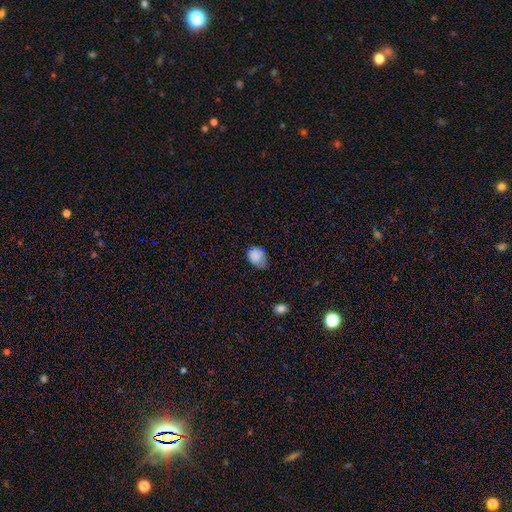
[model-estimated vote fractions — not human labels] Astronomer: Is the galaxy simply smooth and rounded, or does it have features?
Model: smooth — 83%.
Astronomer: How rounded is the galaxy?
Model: in between — 64%.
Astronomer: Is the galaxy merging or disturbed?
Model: none — 50% (runner-up: minor disturbance, 40%).